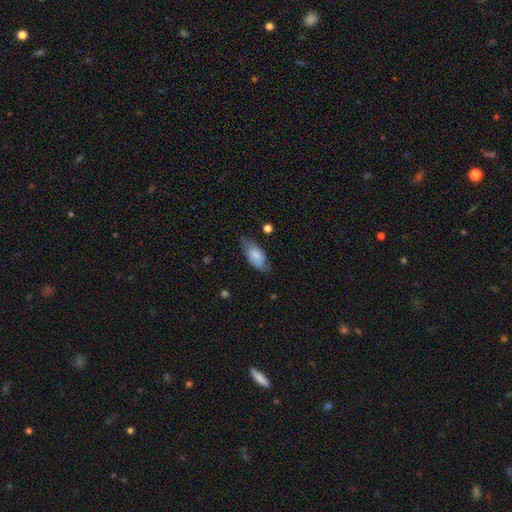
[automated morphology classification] Smooth or featured? smooth (76%)
How rounded? in between (90%)
Merging? none (67%)